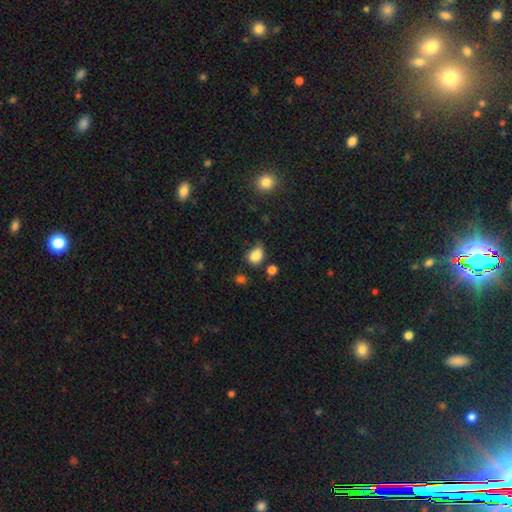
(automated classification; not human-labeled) Q: Smooth or featured?
A: smooth (84%); runner-up: star or artifact (10%)
Q: How rounded?
A: in between (64%); runner-up: round (35%)
Q: Merging?
A: none (51%); runner-up: minor disturbance (34%)